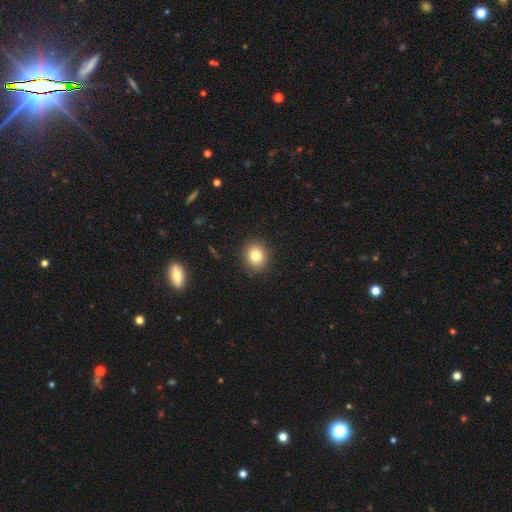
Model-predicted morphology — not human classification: smooth-or-featured: smooth: 80% | star or artifact: 11% | featured or disk: 9%
  how-rounded: round: 76% | in between: 23% | cigar-shaped: 1%
  merging: none: 90% | minor disturbance: 7% | major disturbance: 2% | merger: 1%